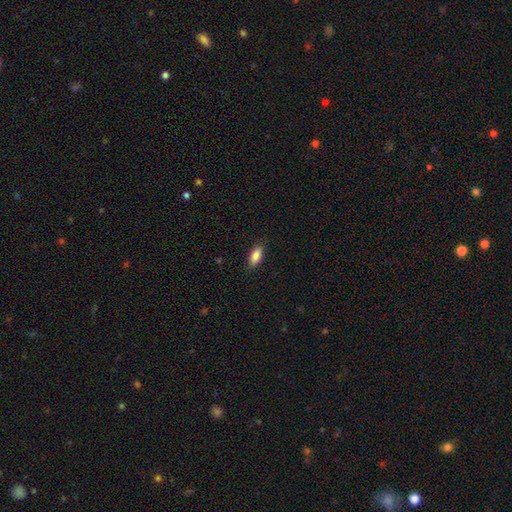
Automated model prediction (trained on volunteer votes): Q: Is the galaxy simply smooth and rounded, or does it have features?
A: smooth — 87%.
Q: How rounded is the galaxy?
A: in between — 84%.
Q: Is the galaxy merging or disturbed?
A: none — 86%.